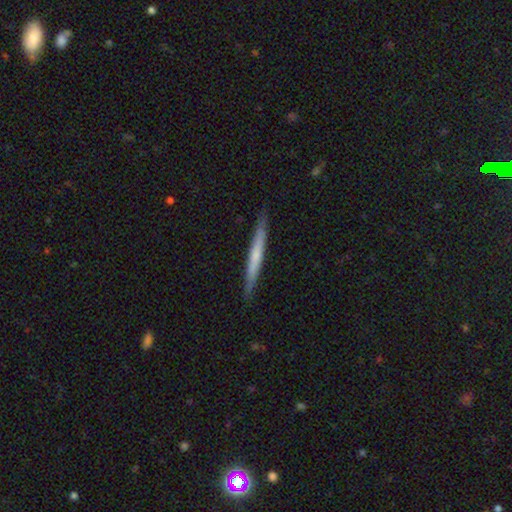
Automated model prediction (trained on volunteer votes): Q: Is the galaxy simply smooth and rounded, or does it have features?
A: smooth — 49%.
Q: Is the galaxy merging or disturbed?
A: none — 89%.